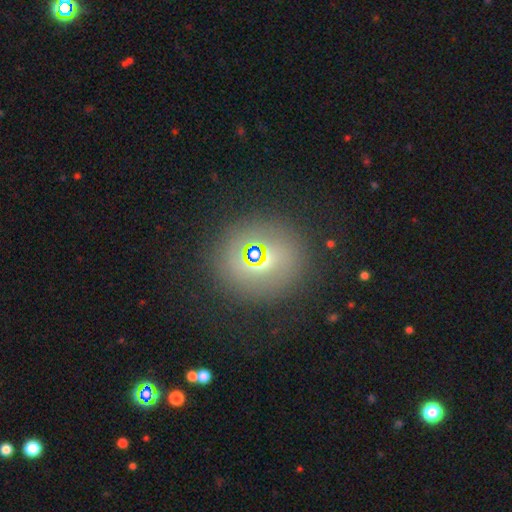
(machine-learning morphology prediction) A star or artifact, not a galaxy (50%).